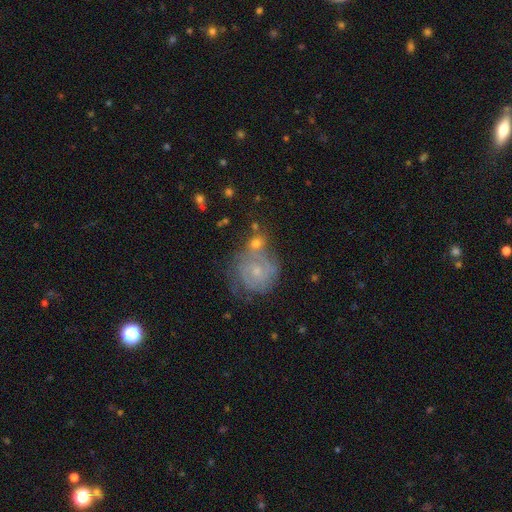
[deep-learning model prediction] A featured or disk galaxy (56%) with no bar (72%), spiral arms (79%) and a small central bulge (70%).

Vote fractions:
- Smooth or featured? featured or disk: 56% / smooth: 27% / star or artifact: 17%
- Edge-on disk? no: 97% / yes: 3%
- Bar? no: 72% / weak: 23% / strong: 5%
- Spiral arms? yes: 79% / no: 21%
- Bulge size? small: 70% / moderate: 24% / none: 4% / large: 2% / dominant: 1%
- Merging? none: 57% / merger: 18% / minor disturbance: 17% / major disturbance: 8%